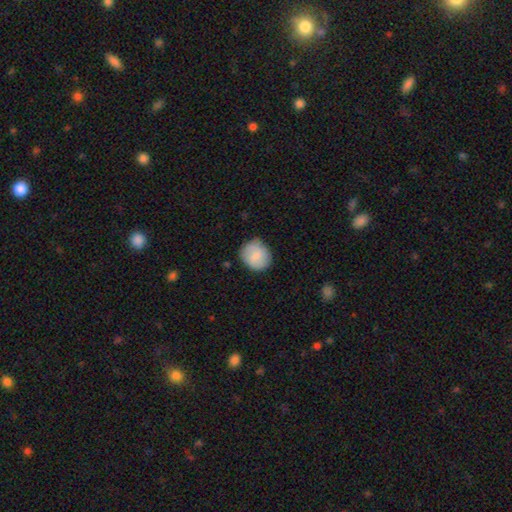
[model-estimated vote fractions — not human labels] smooth-or-featured: smooth: 78% | featured or disk: 15% | star or artifact: 6%
  how-rounded: round: 76% | in between: 23% | cigar-shaped: 1%
  merging: none: 77% | minor disturbance: 18% | major disturbance: 4% | merger: 1%